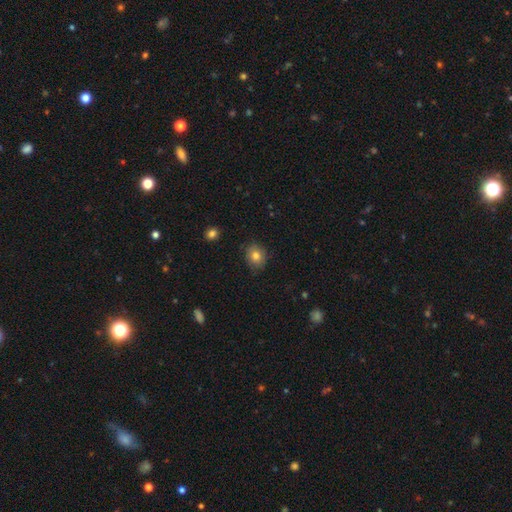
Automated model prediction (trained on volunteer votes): Smooth or featured?
  - smooth: 81% *
  - star or artifact: 10%
  - featured or disk: 9%
How rounded?
  - round: 67% *
  - in between: 32%
  - cigar-shaped: 1%
Merging?
  - none: 84% *
  - minor disturbance: 12%
  - major disturbance: 2%
  - merger: 1%